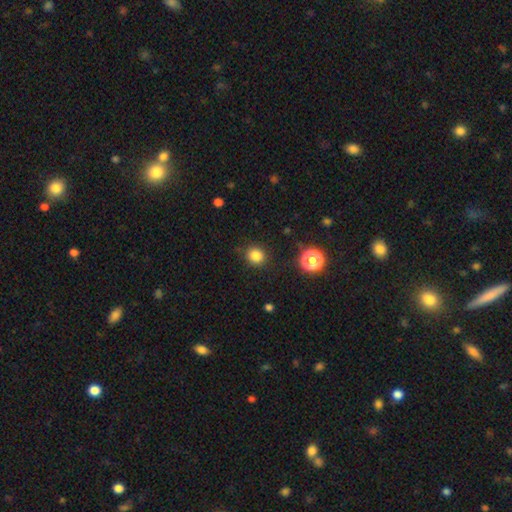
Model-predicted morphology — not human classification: smooth_or_featured: smooth (p=0.83) [alt: star or artifact p=0.13]
how_rounded: round (p=0.84) [alt: in between p=0.15]
merging: none (p=0.87) [alt: minor disturbance p=0.09]